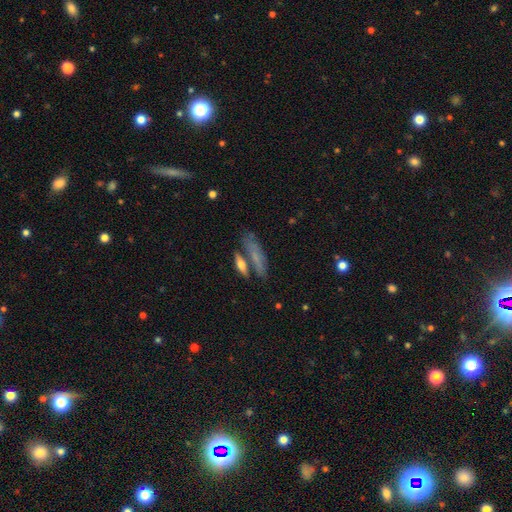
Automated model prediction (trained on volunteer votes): Smooth or featured: smooth — 59% (featured or disk — 31%)
How rounded: cigar-shaped — 68% (in between — 28%)
Merging: none — 57% (merger — 23%)